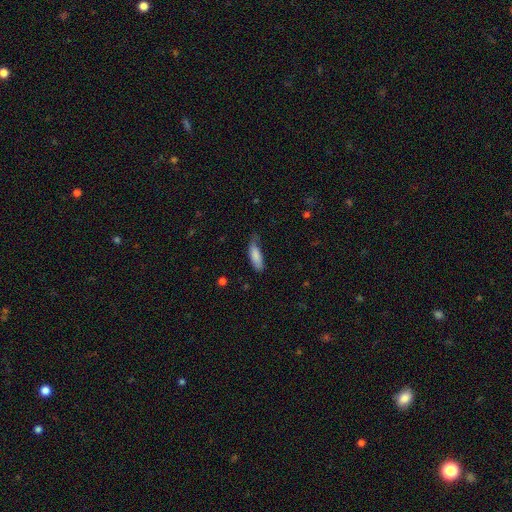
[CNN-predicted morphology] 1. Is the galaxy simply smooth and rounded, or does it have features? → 83% smooth, 11% featured or disk, 6% star or artifact.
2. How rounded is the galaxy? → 55% in between, 43% cigar-shaped, 2% round.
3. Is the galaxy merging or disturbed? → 51% none, 36% minor disturbance, 10% major disturbance, 2% merger.